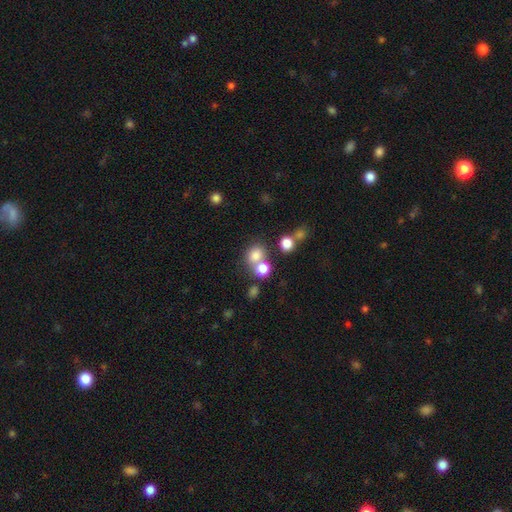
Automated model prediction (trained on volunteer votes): Smooth or featured: smooth — 76% (star or artifact — 15%)
How rounded: round — 70% (in between — 29%)
Merging: none — 51% (merger — 34%)